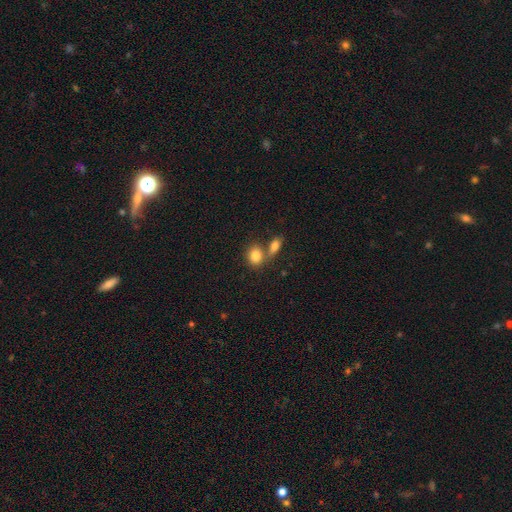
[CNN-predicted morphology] smooth-or-featured: smooth: 83% | star or artifact: 9% | featured or disk: 8%
  how-rounded: in between: 53% | round: 45% | cigar-shaped: 2%
  merging: none: 47% | merger: 39% | minor disturbance: 10% | major disturbance: 4%